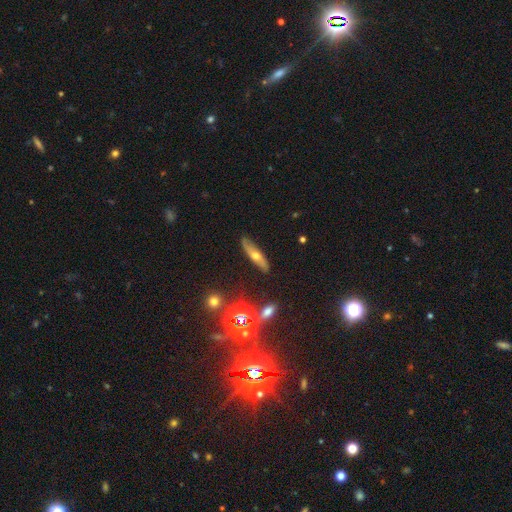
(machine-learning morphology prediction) featured or disk 48%, smooth 42%, star or artifact 10%. Down the decision tree: merging — none (82%).